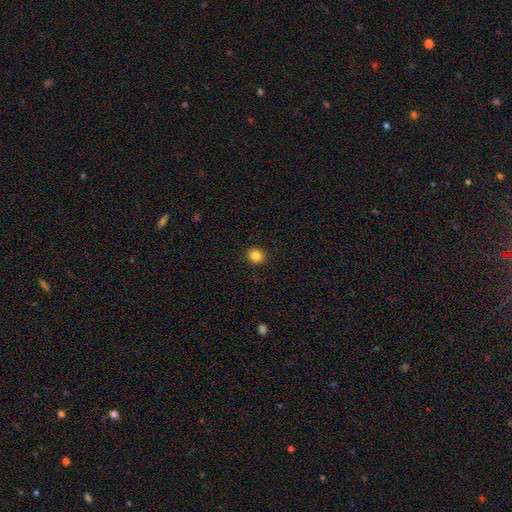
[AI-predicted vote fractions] Smooth or featured? Predicted: smooth (p=0.84). How rounded? Predicted: round (p=0.82). Merging? Predicted: none (p=0.92).